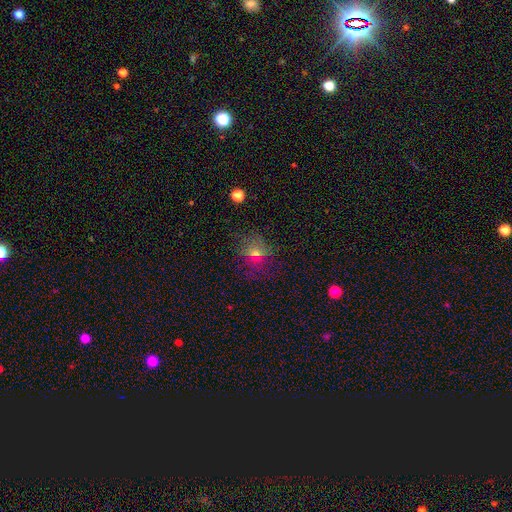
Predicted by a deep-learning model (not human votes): Smooth or featured: smooth — 54% (star or artifact — 23%)
How rounded: round — 73% (in between — 26%)
Merging: none — 71% (minor disturbance — 17%)